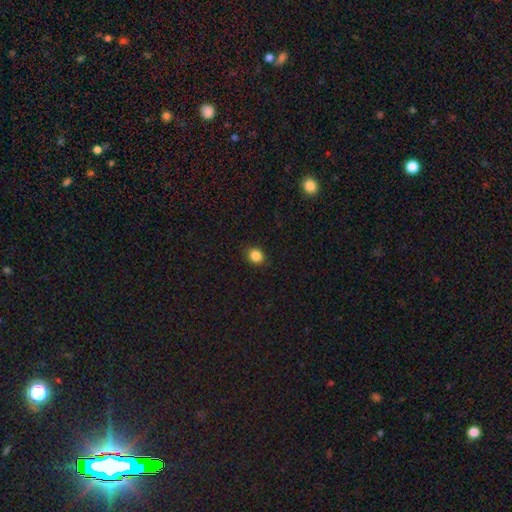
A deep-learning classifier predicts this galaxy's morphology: smooth_or_featured: smooth (p=0.85) [alt: star or artifact p=0.11]
how_rounded: round (p=0.63) [alt: in between p=0.36]
merging: none (p=0.89) [alt: minor disturbance p=0.08]